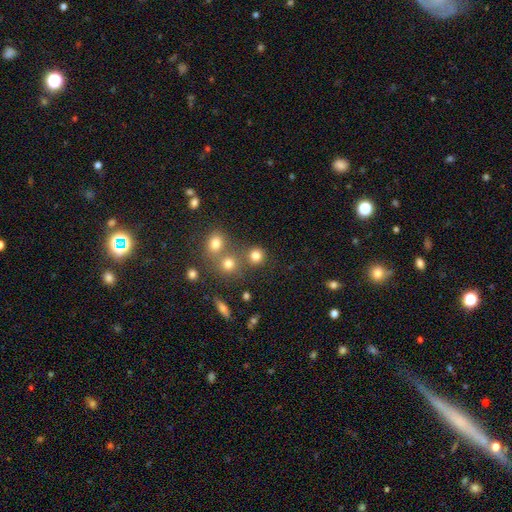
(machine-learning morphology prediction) smooth_or_featured: smooth (p=0.78) [alt: star or artifact p=0.15]
how_rounded: round (p=0.88) [alt: in between p=0.11]
merging: none (p=0.68) [alt: merger p=0.20]